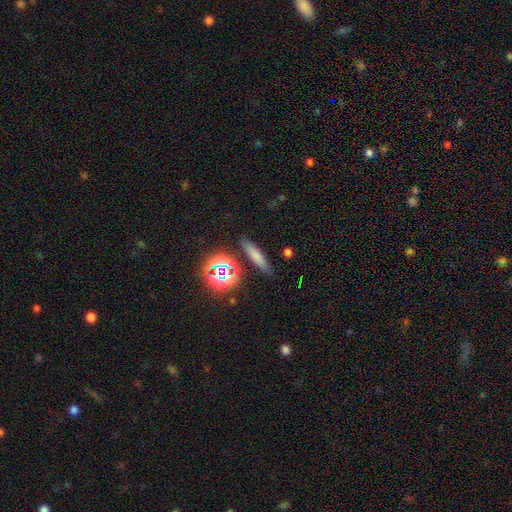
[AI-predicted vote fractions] smooth_or_featured: smooth (p=0.68) [alt: star or artifact p=0.17]
how_rounded: cigar-shaped (p=0.80) [alt: in between p=0.15]
merging: none (p=0.86) [alt: minor disturbance p=0.09]